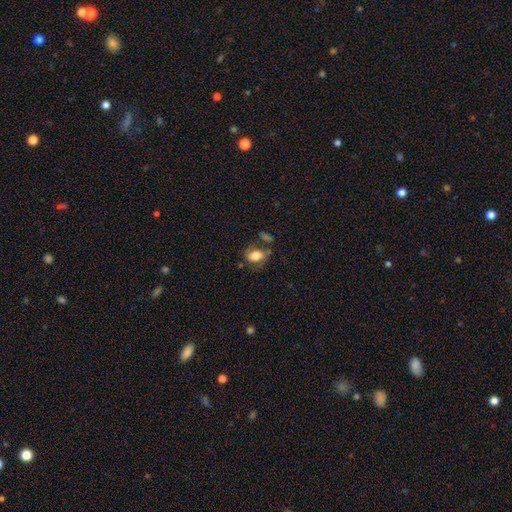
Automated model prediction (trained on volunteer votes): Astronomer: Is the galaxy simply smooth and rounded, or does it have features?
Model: smooth — 73%.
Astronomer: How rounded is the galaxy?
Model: in between — 76%.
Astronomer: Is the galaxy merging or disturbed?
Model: none — 51%.